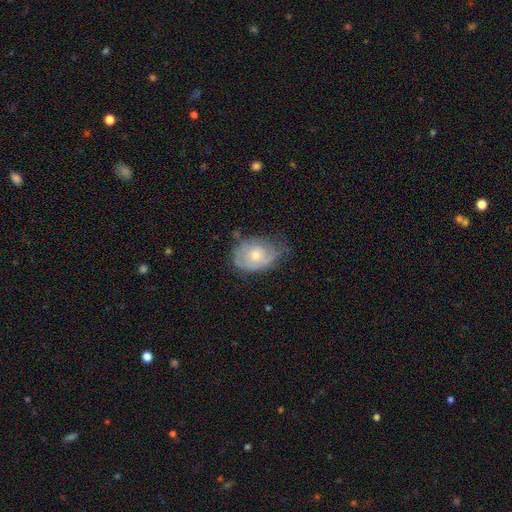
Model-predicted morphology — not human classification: A featured or disk galaxy (51%). Merging: none (45%).